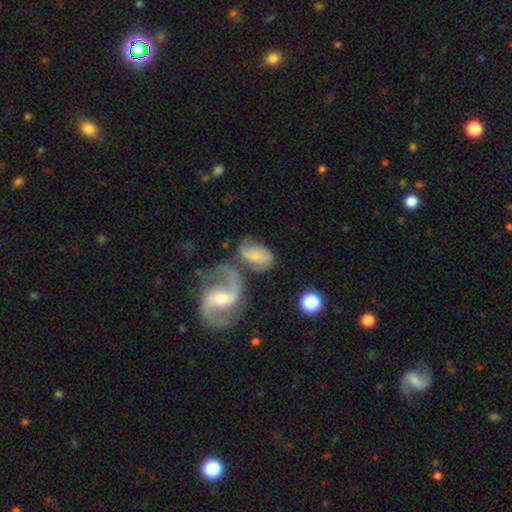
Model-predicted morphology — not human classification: Smooth or featured? featured or disk (57%)
Edge-on disk? no (96%)
Bar? weak (44%)
Spiral arms? yes (86%)
Bulge size? small (55%)
Merging? merger (35%)